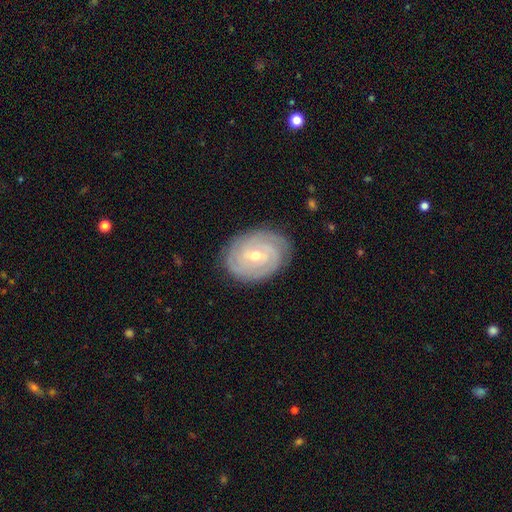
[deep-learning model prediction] This is clearly a featured or disk galaxy (86%). It is clearly not viewed edge-on (97%). Bar: possibly no (49%). Spiral arm pattern: clearly yes (96%). Spiral arm count: marginally can't tell (29%). Spiral winding: clearly tight (81%). Central bulge: possibly moderate (51%). Merging: clearly none (83%).